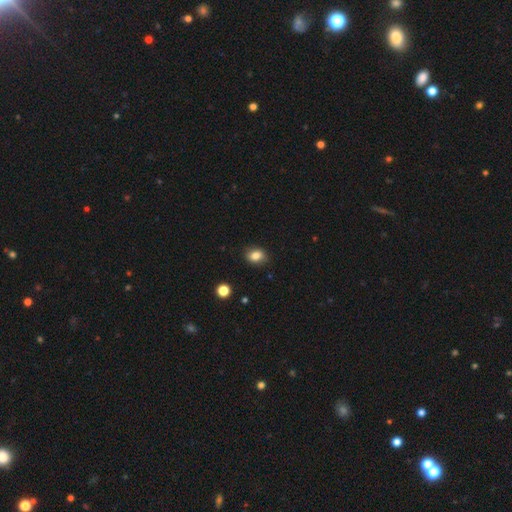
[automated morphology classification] A smooth galaxy with no disk features (84%) that is in between round and cigar-shaped (62%).

Vote fractions:
- Smooth or featured? smooth: 84% / star or artifact: 10% / featured or disk: 6%
- How rounded? in between: 62% / round: 37% / cigar-shaped: 1%
- Merging? none: 85% / minor disturbance: 11% / major disturbance: 2% / merger: 1%